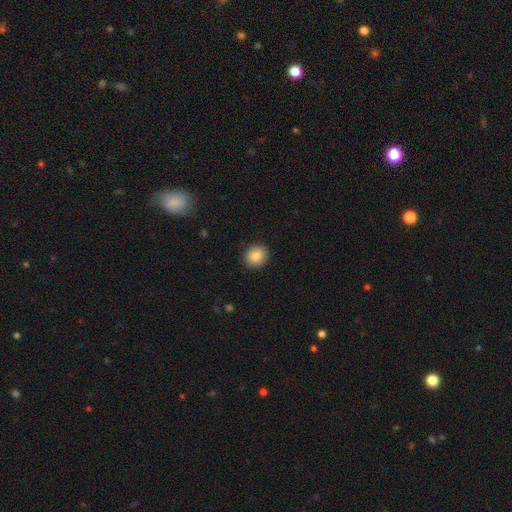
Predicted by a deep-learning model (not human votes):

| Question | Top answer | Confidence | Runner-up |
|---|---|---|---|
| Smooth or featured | smooth | 85% | star or artifact (8%) |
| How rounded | round | 72% | in between (27%) |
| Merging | none | 91% | minor disturbance (6%) |